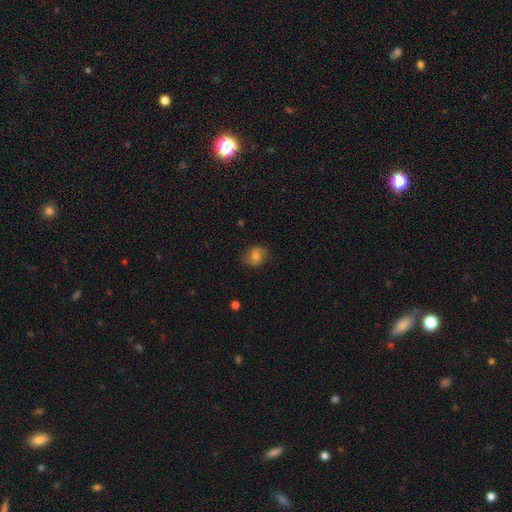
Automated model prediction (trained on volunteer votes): Smooth or featured?
  - smooth: 57% *
  - featured or disk: 33%
  - star or artifact: 10%
How rounded?
  - round: 53% *
  - in between: 46%
  - cigar-shaped: 1%
Merging?
  - none: 77% *
  - minor disturbance: 17%
  - major disturbance: 5%
  - merger: 1%